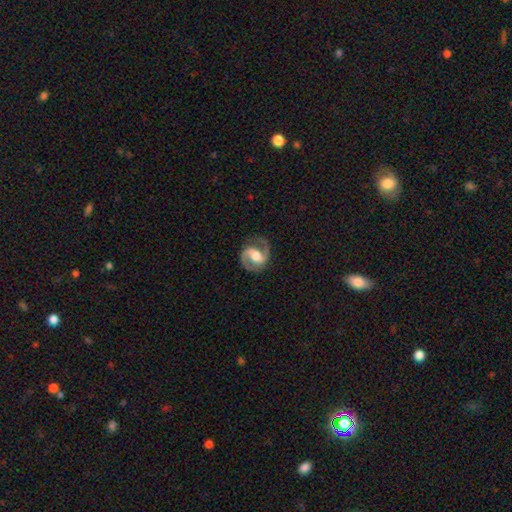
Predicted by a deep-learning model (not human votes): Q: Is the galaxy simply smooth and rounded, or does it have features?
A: featured or disk — 87%.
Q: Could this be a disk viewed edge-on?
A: no — 98%.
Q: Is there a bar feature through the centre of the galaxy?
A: weak — 46%.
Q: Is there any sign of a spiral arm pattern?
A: yes — 96%.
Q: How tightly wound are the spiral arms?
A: medium — 59%.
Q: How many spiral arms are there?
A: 2 — 92%.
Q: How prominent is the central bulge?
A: moderate — 60%.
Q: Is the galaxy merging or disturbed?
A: none — 80%.